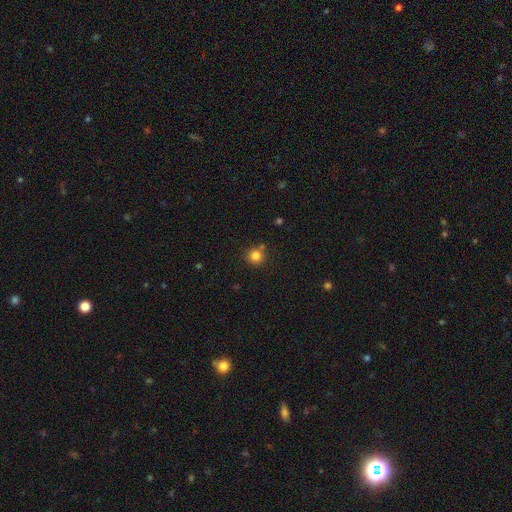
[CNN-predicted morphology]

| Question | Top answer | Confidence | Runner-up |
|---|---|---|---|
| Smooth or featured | smooth | 82% | star or artifact (13%) |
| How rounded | round | 94% | in between (5%) |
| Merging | none | 78% | merger (10%) |